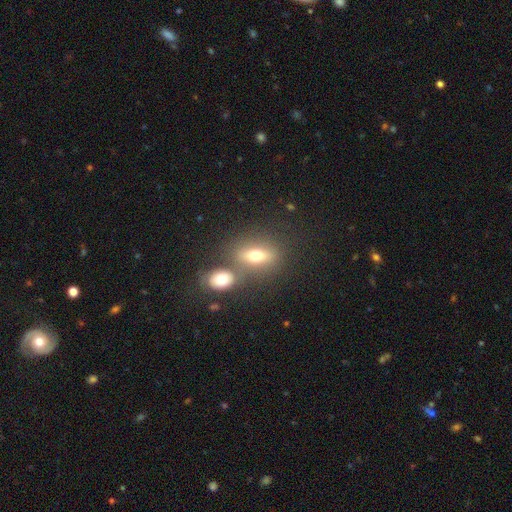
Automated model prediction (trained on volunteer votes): Smooth or featured: smooth — 62% (featured or disk — 28%)
How rounded: in between — 69% (round — 18%)
Merging: none — 55% (merger — 30%)